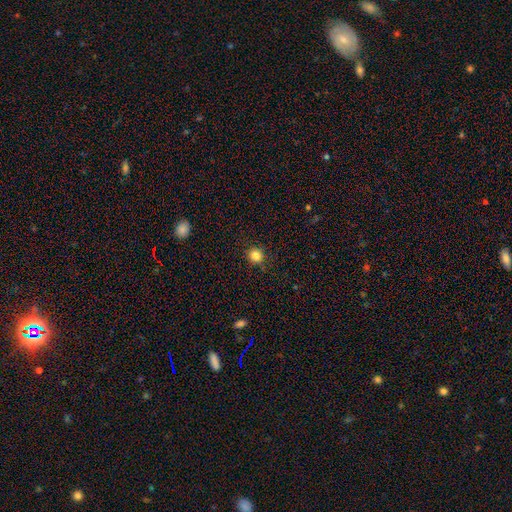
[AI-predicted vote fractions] Smooth or featured?
  - smooth: 84% *
  - star or artifact: 12%
  - featured or disk: 4%
How rounded?
  - round: 90% *
  - in between: 9%
  - cigar-shaped: 1%
Merging?
  - none: 89% *
  - minor disturbance: 7%
  - major disturbance: 2%
  - merger: 1%